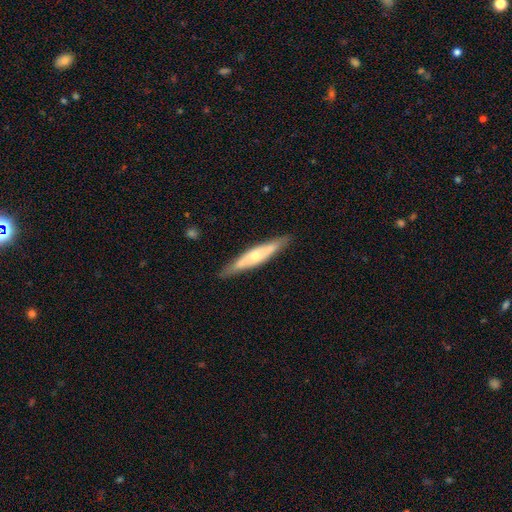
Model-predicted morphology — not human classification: The model was most divided on "smooth or featured": featured or disk: 57%, smooth: 38%, star or artifact: 5%. More confident: merging — none (85%); edge-on disk — yes (78%).